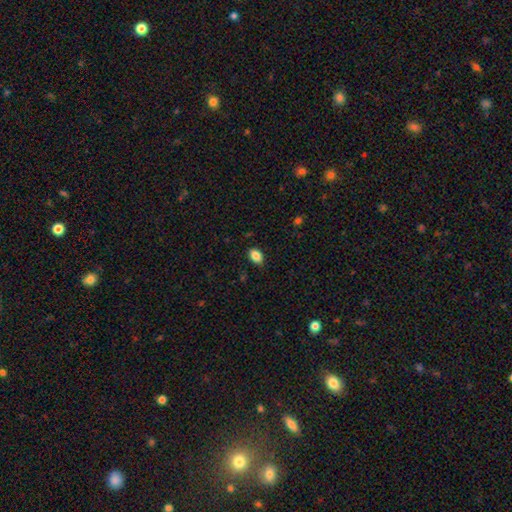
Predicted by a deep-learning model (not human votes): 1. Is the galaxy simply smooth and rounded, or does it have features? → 86% smooth, 9% star or artifact, 5% featured or disk.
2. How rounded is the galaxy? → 84% in between, 15% round, 1% cigar-shaped.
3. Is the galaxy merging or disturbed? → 84% none, 12% minor disturbance, 2% major disturbance, 1% merger.